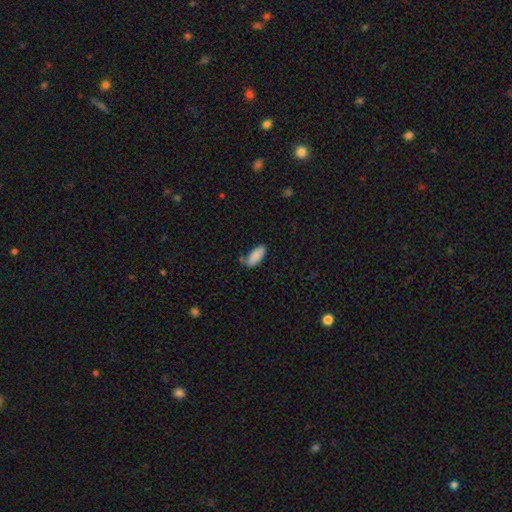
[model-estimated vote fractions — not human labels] Overall: smooth (88%). How rounded: in between (82%). Merging: none (72%).